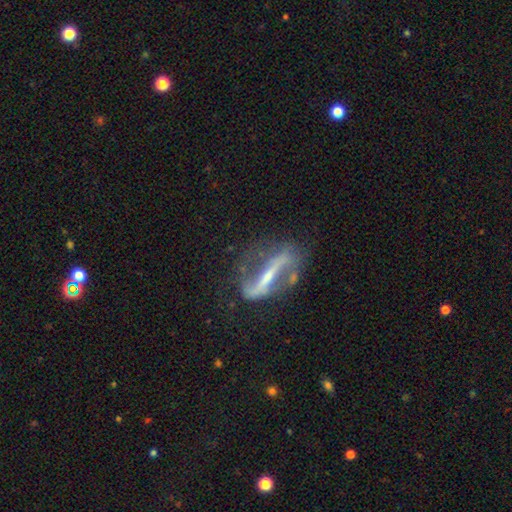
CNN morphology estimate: smooth-or-featured: featured or disk: 82% | smooth: 9% | star or artifact: 9%
  disk-edge-on: no: 79% | yes: 21%
    bar: strong: 69% | weak: 19% | no: 12%
    has-spiral-arms: yes: 83% | no: 17%
      spiral-winding: loose: 57% | medium: 28% | tight: 15%
      spiral-arm-count: 2: 86% | can't tell: 6% | 1: 5% | 3: 1% | 4: 1% | more than 4: 1%
    bulge-size: small: 59% | moderate: 23% | none: 14% | large: 3% | dominant: 2%
  merging: none: 70% | minor disturbance: 17% | major disturbance: 10% | merger: 3%